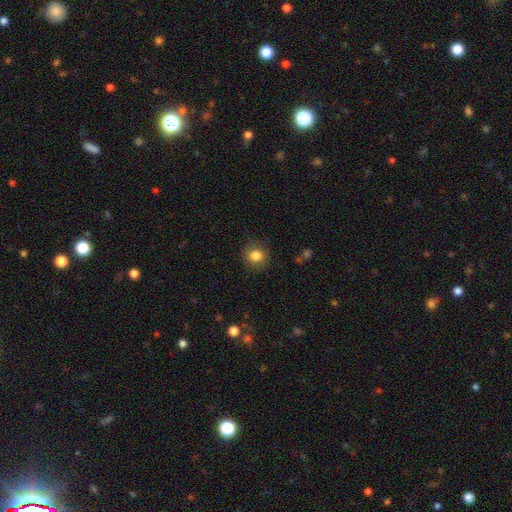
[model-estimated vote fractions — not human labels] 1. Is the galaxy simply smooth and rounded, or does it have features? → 83% smooth, 10% star or artifact, 7% featured or disk.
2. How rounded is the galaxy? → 81% round, 18% in between, 1% cigar-shaped.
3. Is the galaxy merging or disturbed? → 86% none, 10% minor disturbance, 3% major disturbance, 1% merger.